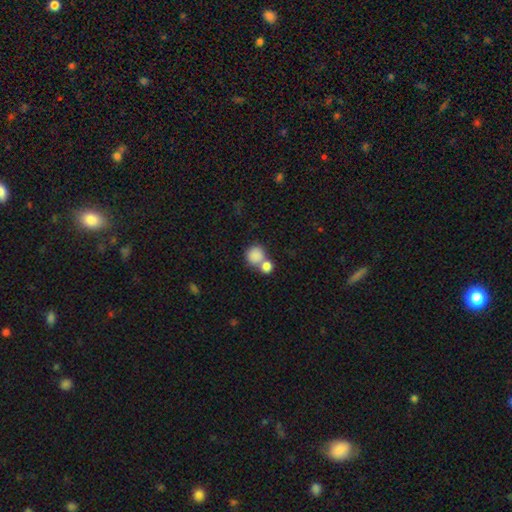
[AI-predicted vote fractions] Overall: smooth (84%). How rounded: round (83%). Merging: merger (47%; none 42%).